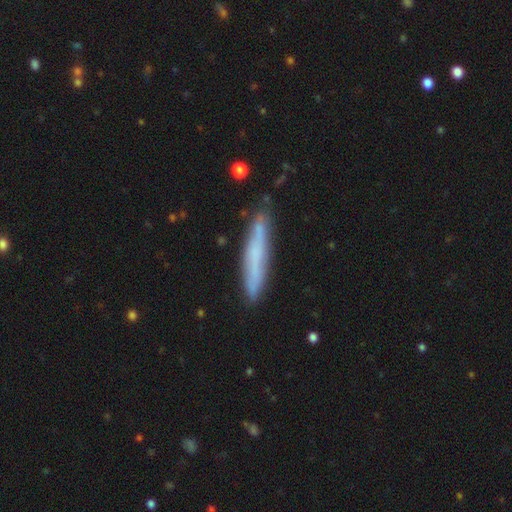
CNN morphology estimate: Q: Smooth or featured?
A: smooth (57%); runner-up: featured or disk (35%)
Q: How rounded?
A: cigar-shaped (93%); runner-up: in between (6%)
Q: Merging?
A: none (79%); runner-up: minor disturbance (16%)